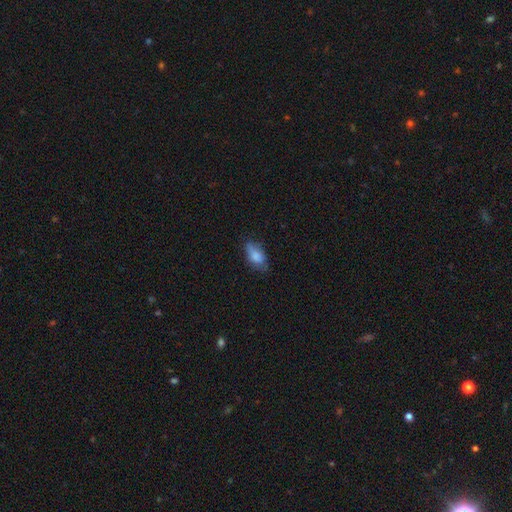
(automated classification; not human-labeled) smooth-or-featured: smooth: 79% | featured or disk: 13% | star or artifact: 8%
  how-rounded: in between: 89% | cigar-shaped: 6% | round: 5%
  merging: none: 58% | minor disturbance: 31% | major disturbance: 9% | merger: 2%